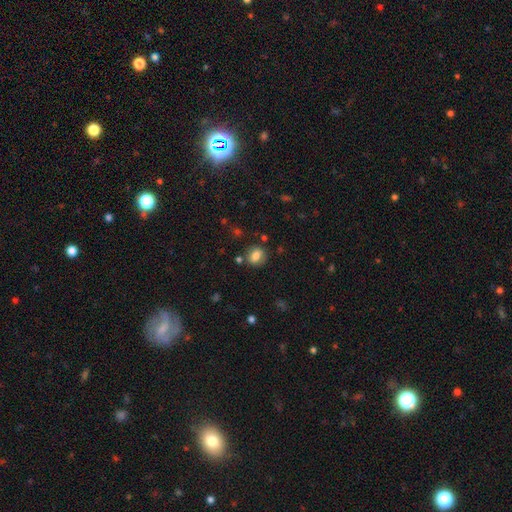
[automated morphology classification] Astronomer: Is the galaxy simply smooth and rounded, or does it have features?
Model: smooth — 78%.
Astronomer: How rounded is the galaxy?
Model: round — 55% (runner-up: in between, 43%).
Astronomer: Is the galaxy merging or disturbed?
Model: none — 78%.